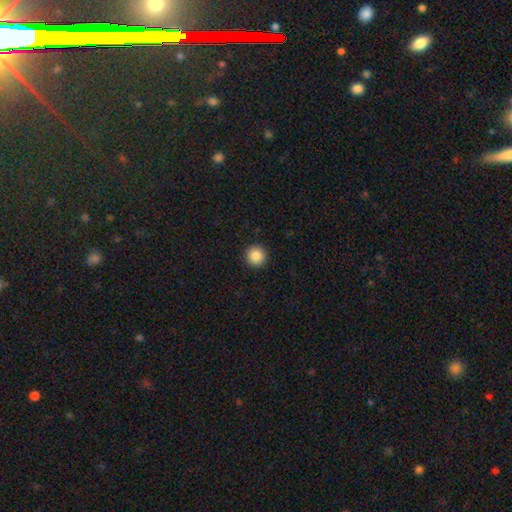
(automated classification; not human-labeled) Smooth or featured? smooth (86%)
How rounded? round (96%)
Merging? none (93%)